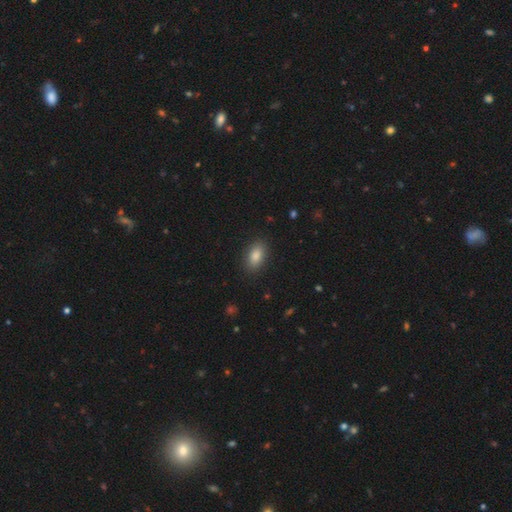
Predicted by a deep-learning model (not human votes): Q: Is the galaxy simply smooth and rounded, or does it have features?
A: smooth — 86%.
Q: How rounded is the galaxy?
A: in between — 91%.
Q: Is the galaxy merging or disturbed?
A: none — 87%.